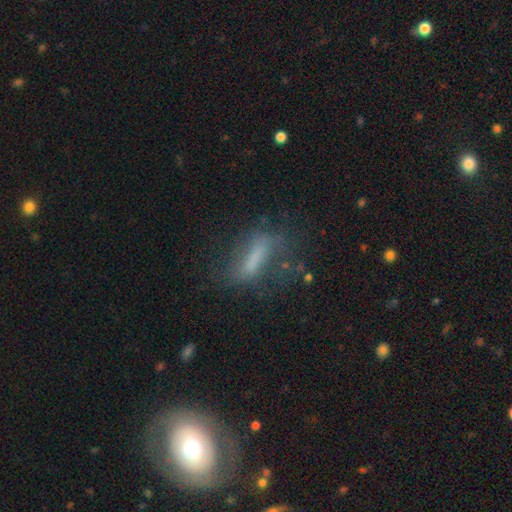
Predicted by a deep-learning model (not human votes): The model was most divided on "smooth or featured": smooth: 53%, featured or disk: 34%, star or artifact: 13%. More confident: how rounded — cigar-shaped (62%); merging — none (54%).